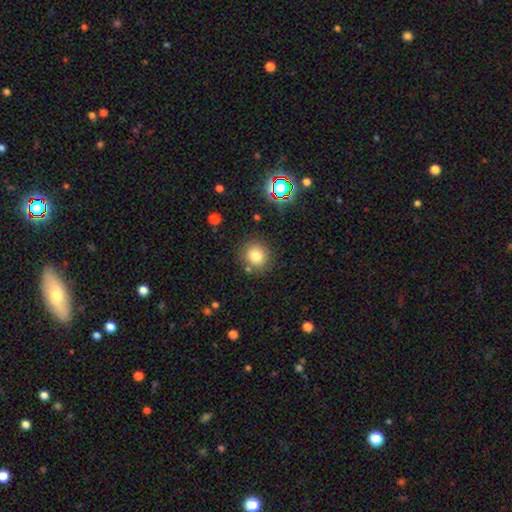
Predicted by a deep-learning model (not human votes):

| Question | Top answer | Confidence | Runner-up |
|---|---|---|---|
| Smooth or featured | smooth | 79% | star or artifact (13%) |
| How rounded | round | 89% | in between (10%) |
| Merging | none | 82% | minor disturbance (10%) |